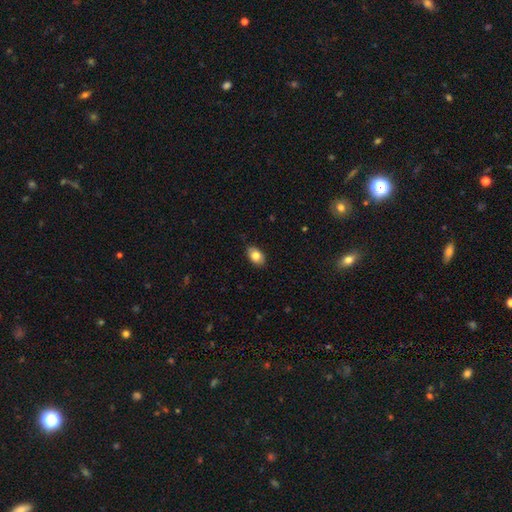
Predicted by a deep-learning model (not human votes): Smooth or featured: smooth — 80% (featured or disk — 12%)
How rounded: in between — 85% (round — 13%)
Merging: none — 84% (minor disturbance — 13%)